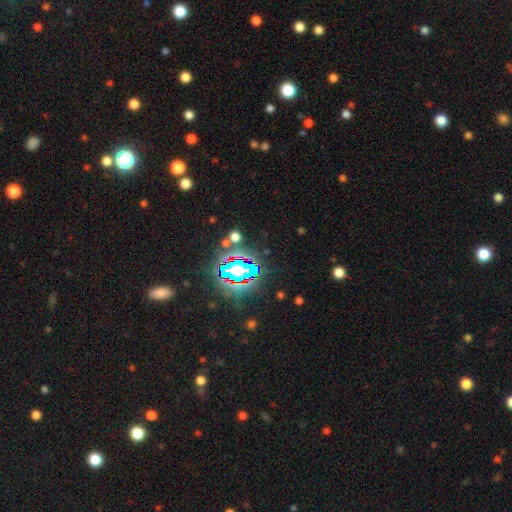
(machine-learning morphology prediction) Smooth or featured? Predicted: star or artifact (p=0.81).